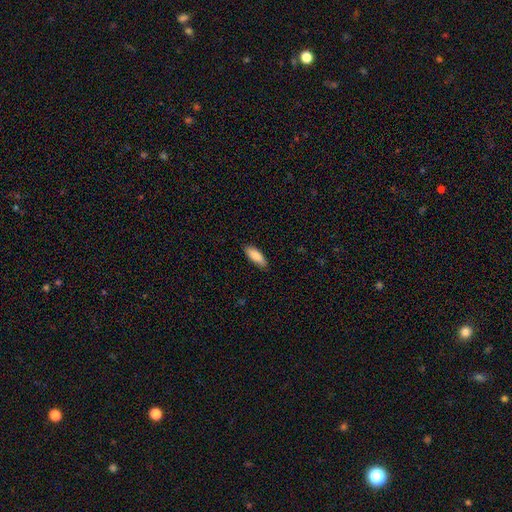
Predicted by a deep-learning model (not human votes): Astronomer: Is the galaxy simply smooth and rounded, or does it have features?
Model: smooth — 84%.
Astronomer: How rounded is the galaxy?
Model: in between — 68%.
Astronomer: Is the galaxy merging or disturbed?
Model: none — 87%.